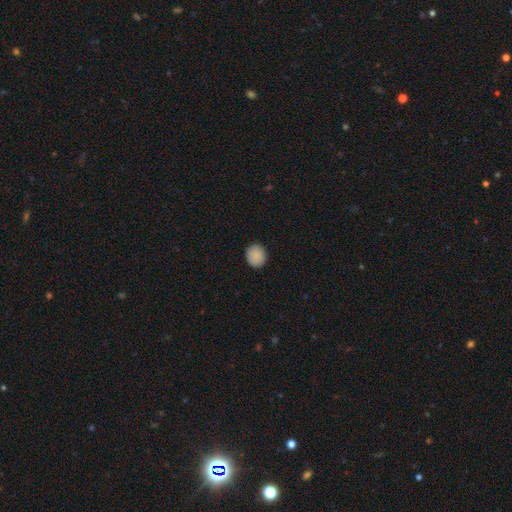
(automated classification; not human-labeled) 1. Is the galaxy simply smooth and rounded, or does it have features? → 89% smooth, 8% star or artifact, 3% featured or disk.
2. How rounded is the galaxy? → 80% round, 19% in between, 1% cigar-shaped.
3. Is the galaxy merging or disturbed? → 90% none, 7% minor disturbance, 2% major disturbance, 1% merger.